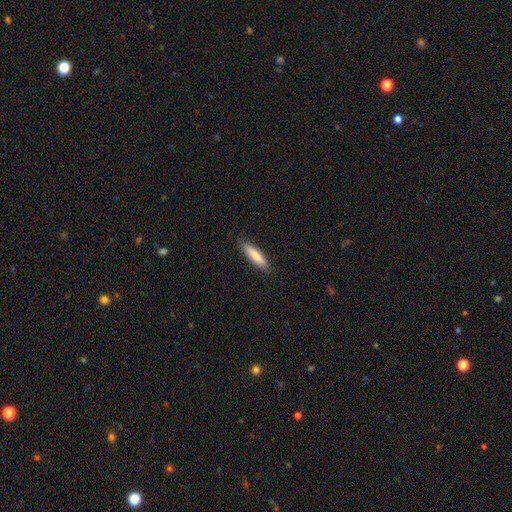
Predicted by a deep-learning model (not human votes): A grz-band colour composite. It shows a smooth galaxy with no disk features (79%) that is cigar-shaped (81%). Merging: none (87%).